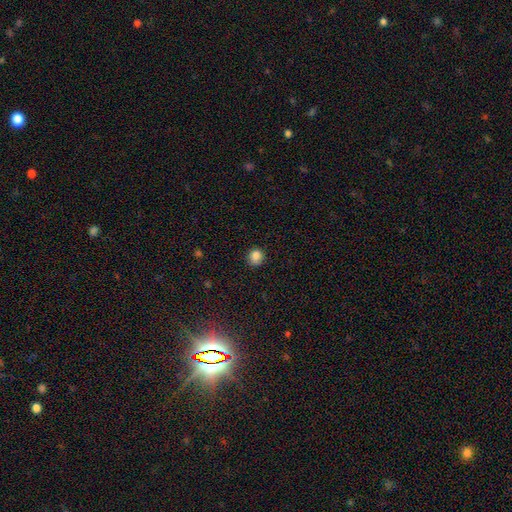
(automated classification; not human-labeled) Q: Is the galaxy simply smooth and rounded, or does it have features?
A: smooth — 85%.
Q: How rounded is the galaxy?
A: round — 87%.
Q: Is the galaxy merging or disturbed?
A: none — 86%.